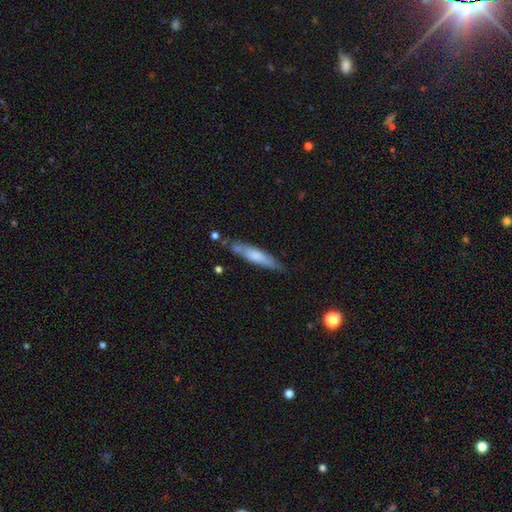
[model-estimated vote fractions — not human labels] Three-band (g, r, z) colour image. It shows a smooth galaxy with no disk features (58%) that is cigar-shaped (84%). Merging: none (71%).